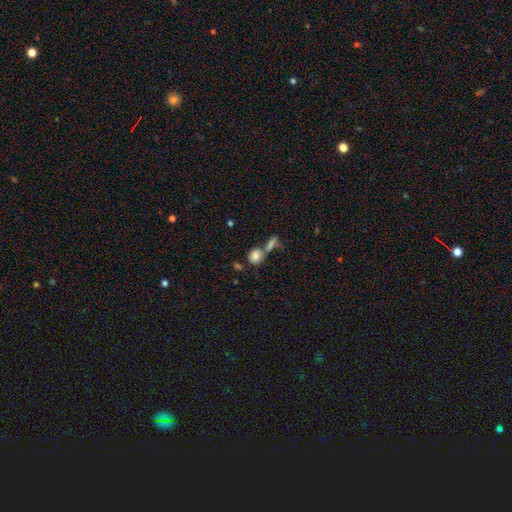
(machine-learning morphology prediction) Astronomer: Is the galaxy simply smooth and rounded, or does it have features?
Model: smooth — 82%.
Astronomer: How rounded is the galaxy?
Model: round — 71%.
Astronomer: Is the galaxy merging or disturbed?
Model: none — 52% (runner-up: merger, 33%).